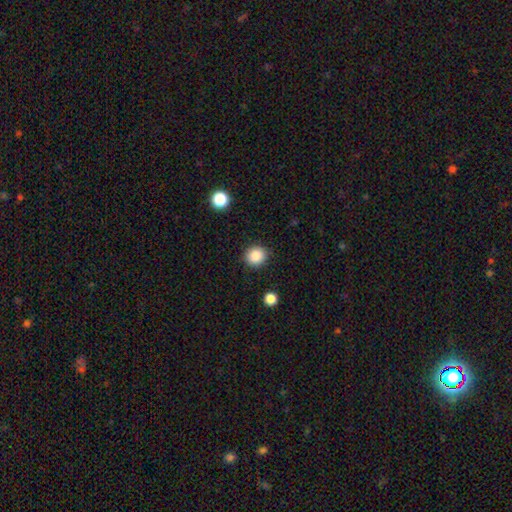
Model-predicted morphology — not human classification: smooth_or_featured: smooth (p=0.87) [alt: star or artifact p=0.10]
how_rounded: round (p=0.87) [alt: in between p=0.12]
merging: none (p=0.90) [alt: minor disturbance p=0.07]